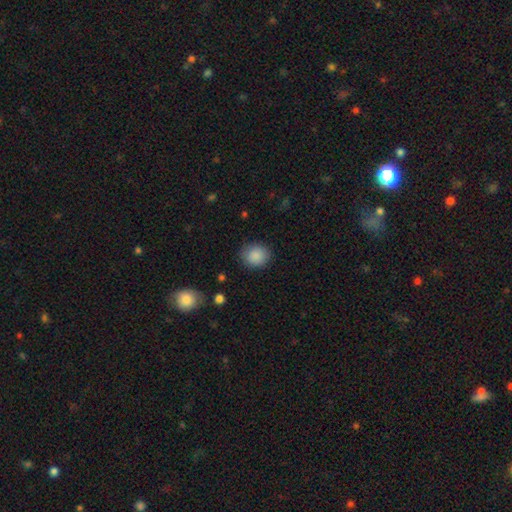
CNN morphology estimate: A smooth galaxy with no disk features (88%) that is round (76%). Merging: none (84%).